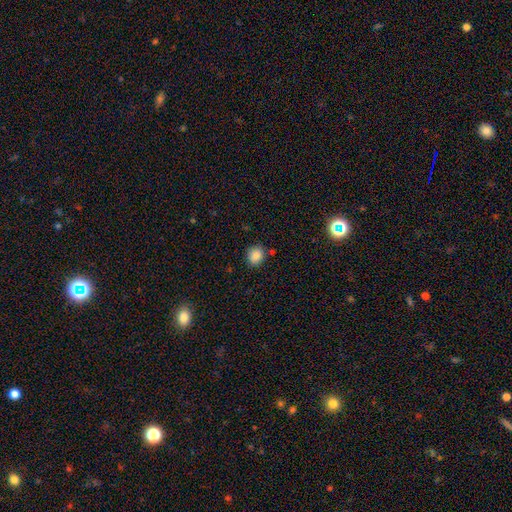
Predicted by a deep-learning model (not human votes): Q: Smooth or featured?
A: smooth (87%); runner-up: star or artifact (10%)
Q: How rounded?
A: round (76%); runner-up: in between (23%)
Q: Merging?
A: none (82%); runner-up: minor disturbance (11%)